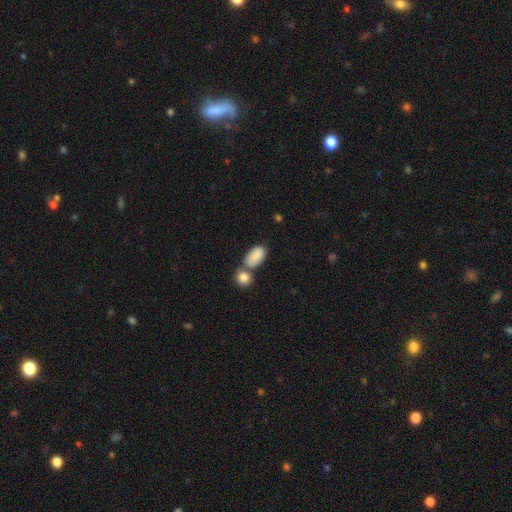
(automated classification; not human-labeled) Smooth or featured? Predicted: smooth (p=0.87). How rounded? Predicted: in between (p=0.93). Merging? Predicted: merger (p=0.43).